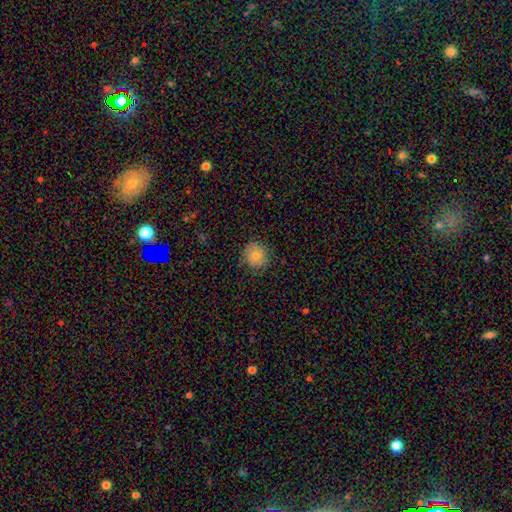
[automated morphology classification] The model was most divided on "smooth or featured": smooth: 72%, featured or disk: 16%, star or artifact: 12%. More confident: how rounded — round (91%); merging — none (84%).